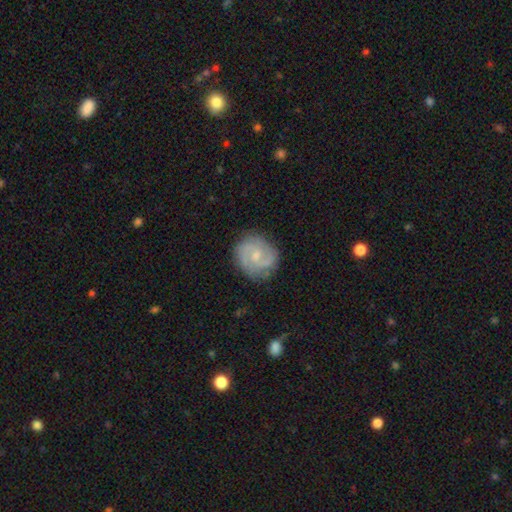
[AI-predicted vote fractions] Overall: featured or disk (78%). Edge-on disk: no (98%). Bar: no (55%; weak 40%). Spiral arms: yes (95%). Spiral arm count: 2 (71%). Spiral winding: medium (46%; tight 40%). Bulge size: small (62%; moderate 32%). Merging: none (79%).